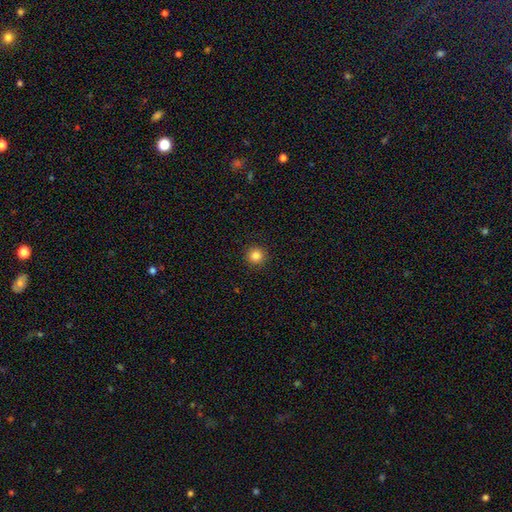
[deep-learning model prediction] This appears to be a smooth galaxy with no disk features (84%) that is round (95%). Merging: none (93%).